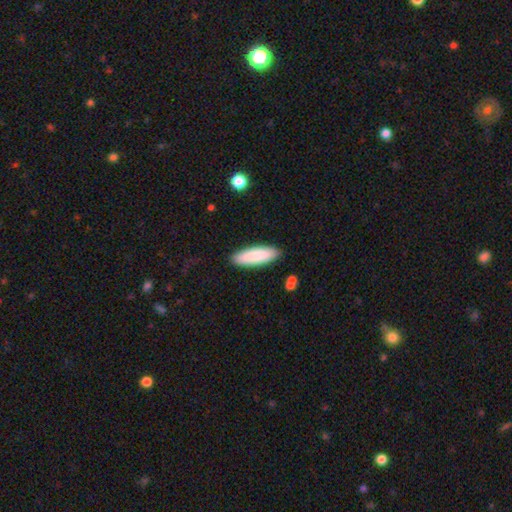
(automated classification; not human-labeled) Q: Smooth or featured?
A: smooth (86%); runner-up: featured or disk (8%)
Q: How rounded?
A: in between (52%); runner-up: cigar-shaped (47%)
Q: Merging?
A: none (89%); runner-up: minor disturbance (8%)